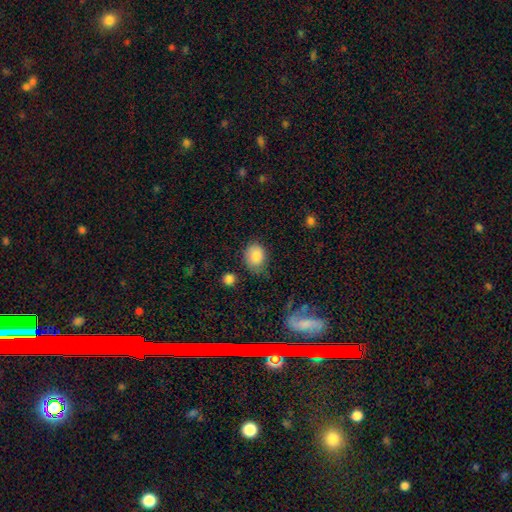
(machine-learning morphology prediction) A smooth galaxy with no disk features (86%) that is in between round and cigar-shaped (59%). Merging: none (65%).